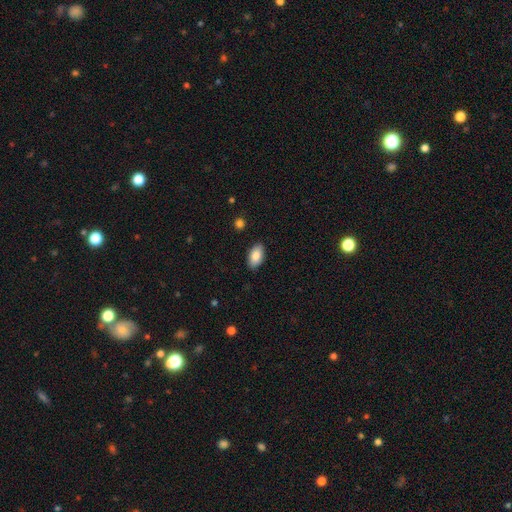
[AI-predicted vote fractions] smooth_or_featured: smooth (p=0.85) [alt: featured or disk p=0.08]
how_rounded: in between (p=0.94) [alt: round p=0.03]
merging: none (p=0.88) [alt: minor disturbance p=0.09]